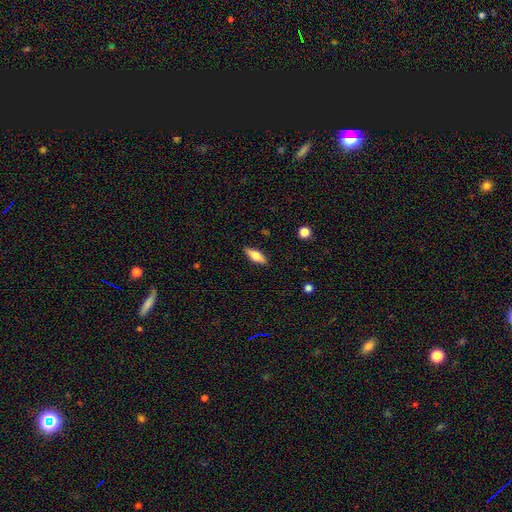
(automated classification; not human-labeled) This appears to be a smooth galaxy with no disk features (65%) that is in between round and cigar-shaped (66%). Merging: none (88%).